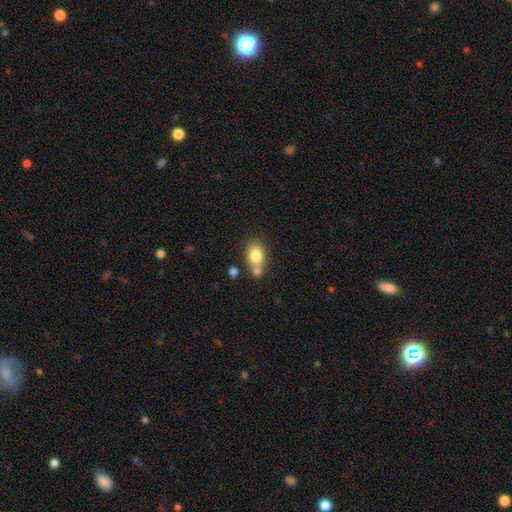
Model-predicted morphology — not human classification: This is clearly a smooth galaxy (80%). How rounded: likely in between (73%). Merging: possibly none (49%).